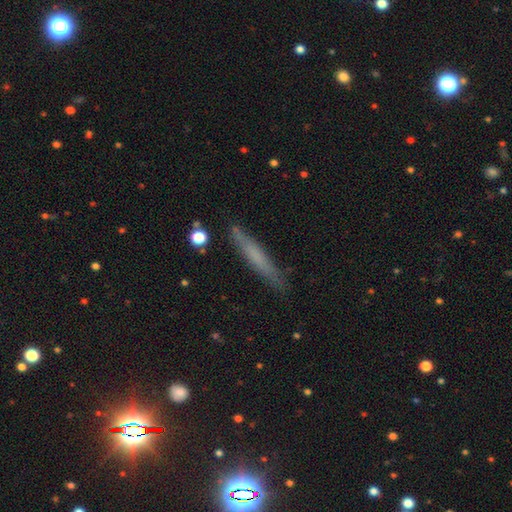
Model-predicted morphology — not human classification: smooth_or_featured: smooth (p=0.55) [alt: featured or disk p=0.36]
how_rounded: cigar-shaped (p=0.94) [alt: in between p=0.05]
merging: none (p=0.86) [alt: minor disturbance p=0.10]